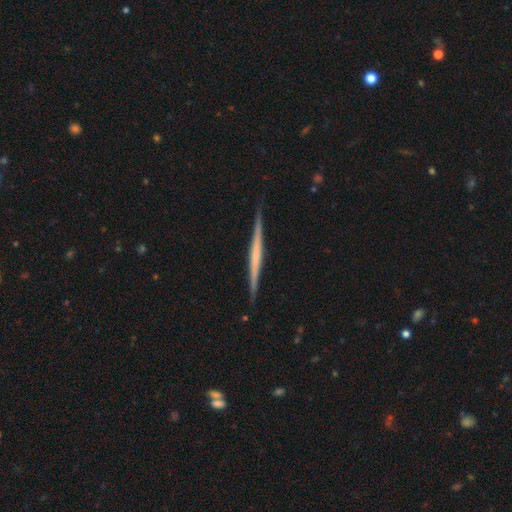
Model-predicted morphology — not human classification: Overall: featured or disk (68%). Edge-on disk: yes (98%). Edge-on bulge: none (71%). Merging: none (90%).